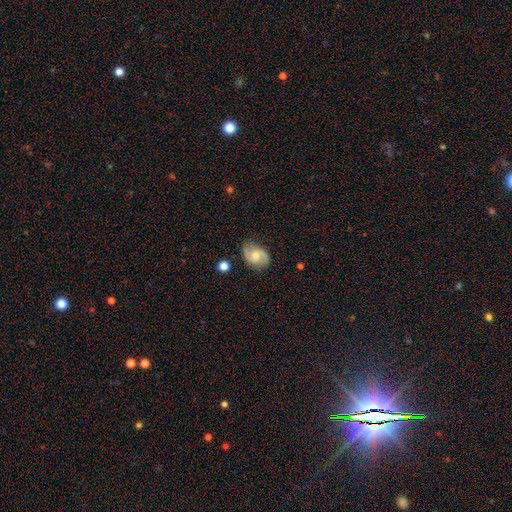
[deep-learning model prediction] Q: Smooth or featured?
A: featured or disk (76%); runner-up: smooth (18%)
Q: Edge-on disk?
A: no (98%); runner-up: yes (2%)
Q: Bar?
A: no (55%); runner-up: weak (39%)
Q: Spiral arms?
A: yes (95%); runner-up: no (5%)
Q: Spiral winding?
A: medium (51%); runner-up: loose (27%)
Q: Spiral arm count?
A: 2 (89%); runner-up: can't tell (4%)
Q: Bulge size?
A: moderate (50%); runner-up: small (36%)
Q: Merging?
A: none (76%); runner-up: minor disturbance (17%)